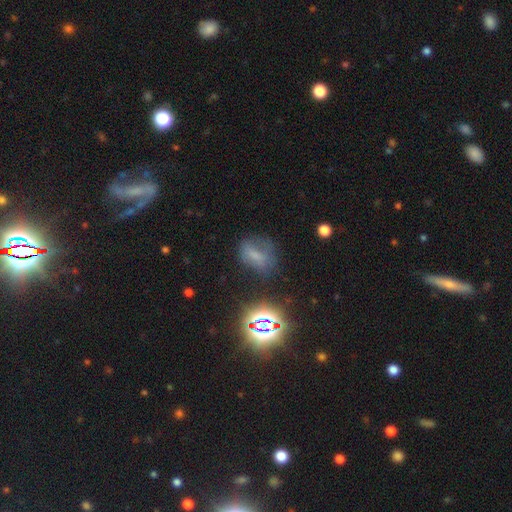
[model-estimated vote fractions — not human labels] smooth_or_featured: smooth (p=0.53) [alt: star or artifact p=0.27]
how_rounded: in between (p=0.69) [alt: round p=0.26]
merging: none (p=0.53) [alt: minor disturbance p=0.26]